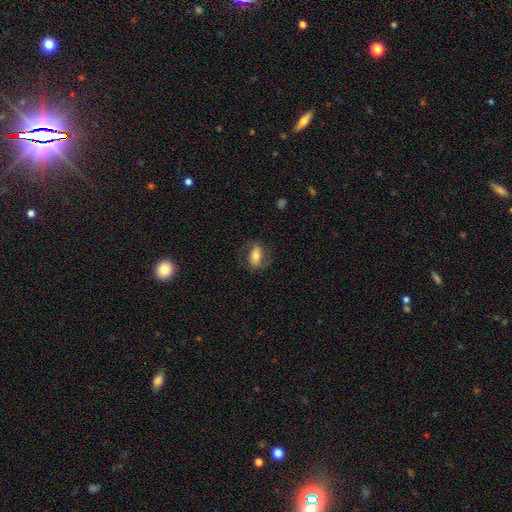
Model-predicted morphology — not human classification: A smooth galaxy with no disk features (69%) that is in between round and cigar-shaped (87%). Merging: none (73%).